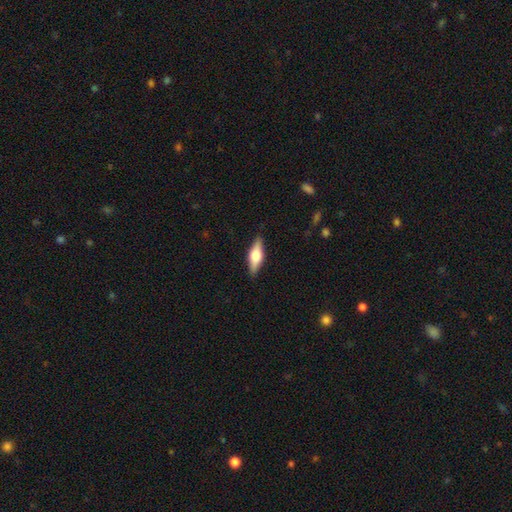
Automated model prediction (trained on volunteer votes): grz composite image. It shows a featured or disk galaxy (53%) viewed edge-on (94%). Merging: none (88%).